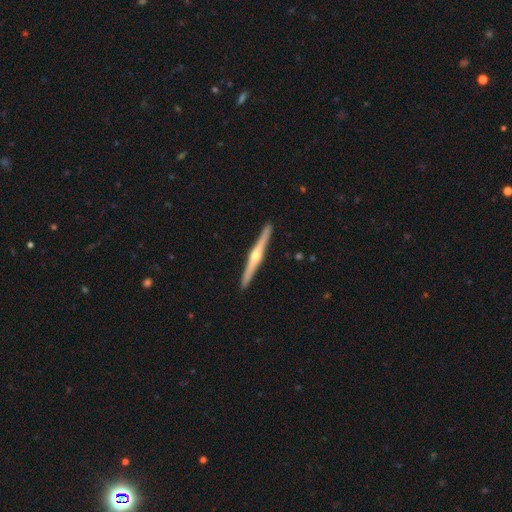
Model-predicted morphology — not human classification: Smooth or featured? featured or disk (80%)
Edge-on disk? yes (98%)
Edge-on bulge? rounded (91%)
Merging? none (93%)